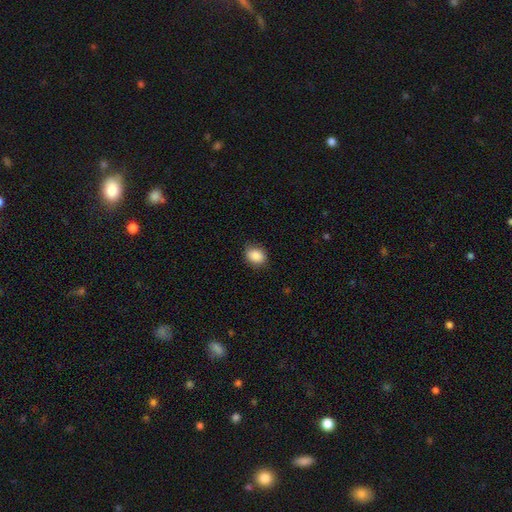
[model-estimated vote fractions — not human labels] Smooth or featured: smooth — 87% (star or artifact — 8%)
How rounded: in between — 57% (round — 42%)
Merging: none — 84% (minor disturbance — 13%)